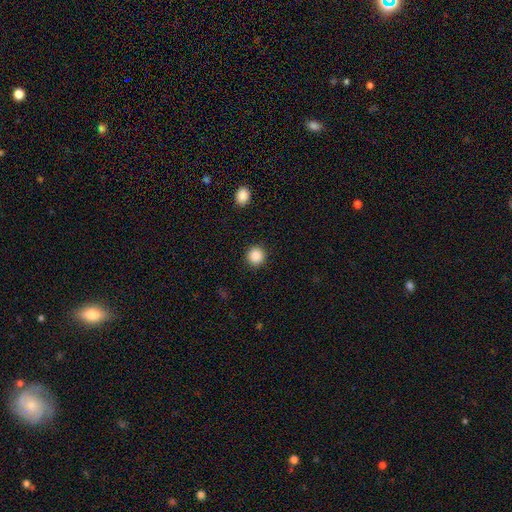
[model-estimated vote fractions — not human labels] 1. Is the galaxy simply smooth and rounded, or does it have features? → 88% smooth, 9% star or artifact, 3% featured or disk.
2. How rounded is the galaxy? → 94% round, 5% in between, 1% cigar-shaped.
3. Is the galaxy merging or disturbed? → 92% none, 5% minor disturbance, 2% major disturbance, 1% merger.